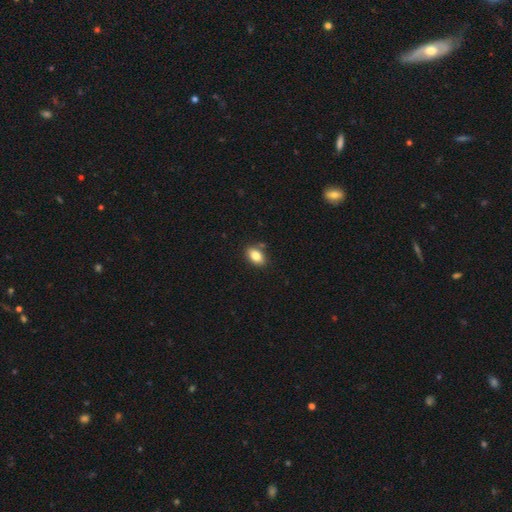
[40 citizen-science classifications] smooth_or_featured: smooth (p=0.78) [alt: star or artifact p=0.12]
how_rounded: in between (p=0.90) [alt: round p=0.06]
merging: none (p=0.94) [alt: minor disturbance p=0.06]